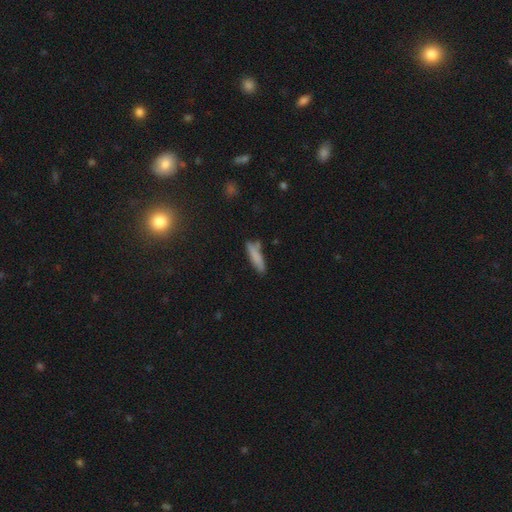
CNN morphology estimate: Q: Smooth or featured?
A: smooth (81%); runner-up: featured or disk (12%)
Q: How rounded?
A: cigar-shaped (75%); runner-up: in between (23%)
Q: Merging?
A: none (71%); runner-up: minor disturbance (18%)